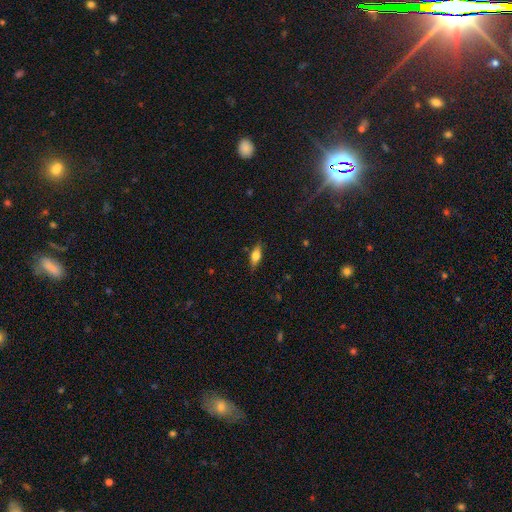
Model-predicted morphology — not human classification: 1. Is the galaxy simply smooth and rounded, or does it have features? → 65% smooth, 28% featured or disk, 8% star or artifact.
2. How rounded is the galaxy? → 71% in between, 26% cigar-shaped, 4% round.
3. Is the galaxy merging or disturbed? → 82% none, 14% minor disturbance, 3% major disturbance, 1% merger.